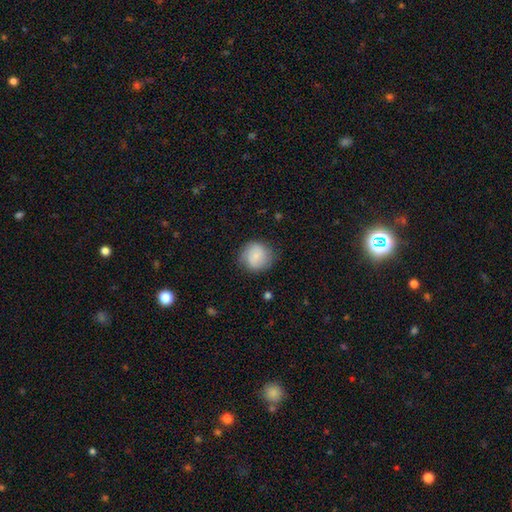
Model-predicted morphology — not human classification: This appears to be a smooth galaxy with no disk features (79%) that is round (89%). Merging: none (79%).